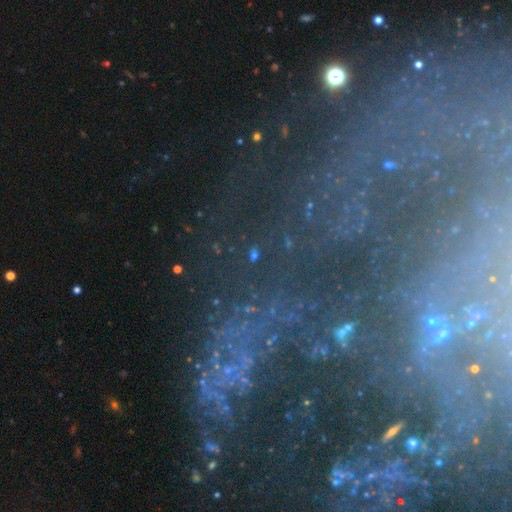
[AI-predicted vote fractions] Q: Smooth or featured?
A: star or artifact (52%); runner-up: featured or disk (34%)